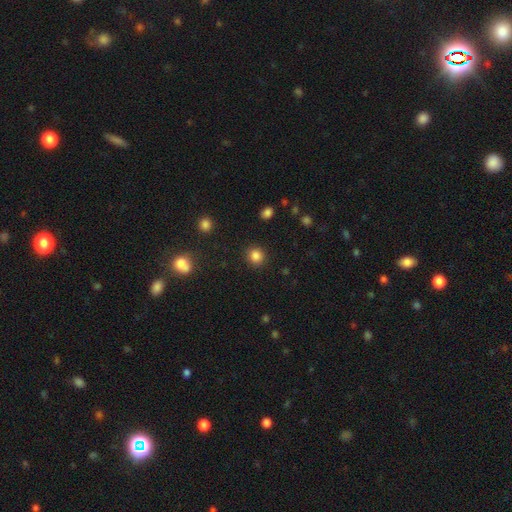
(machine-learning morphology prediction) smooth-or-featured: smooth: 84% | star or artifact: 12% | featured or disk: 4%
  how-rounded: round: 90% | in between: 9% | cigar-shaped: 1%
  merging: none: 90% | minor disturbance: 6% | major disturbance: 2% | merger: 1%